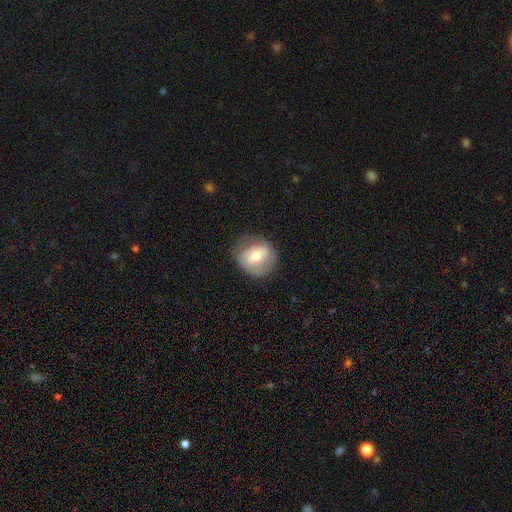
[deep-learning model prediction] This is possibly a smooth galaxy (50%). How rounded: likely round (78%). Merging: likely none (71%).